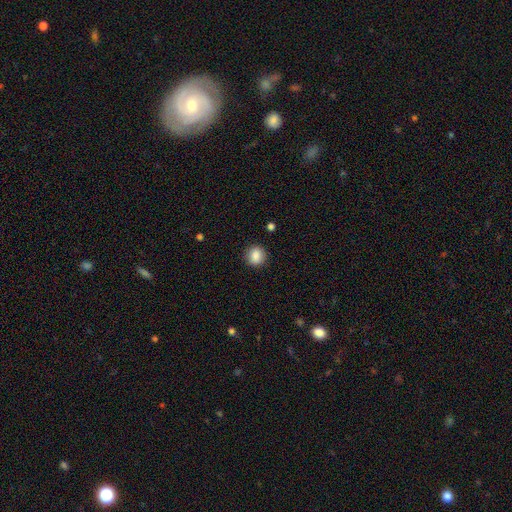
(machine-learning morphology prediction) smooth_or_featured: smooth (p=0.87) [alt: star or artifact p=0.09]
how_rounded: round (p=0.82) [alt: in between p=0.17]
merging: none (p=0.89) [alt: minor disturbance p=0.08]